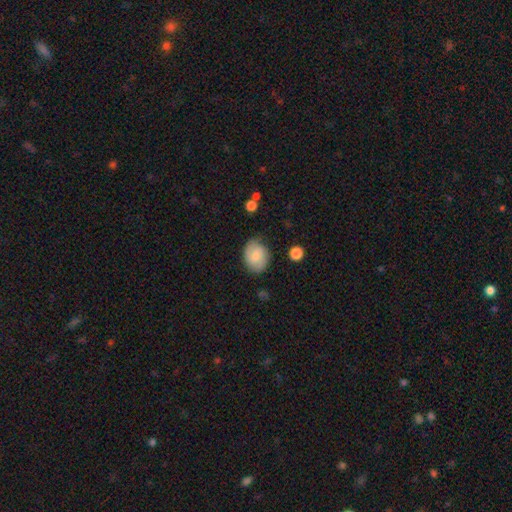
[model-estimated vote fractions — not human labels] This is likely a smooth galaxy (70%). How rounded: possibly in between (57%). Merging: likely none (74%).